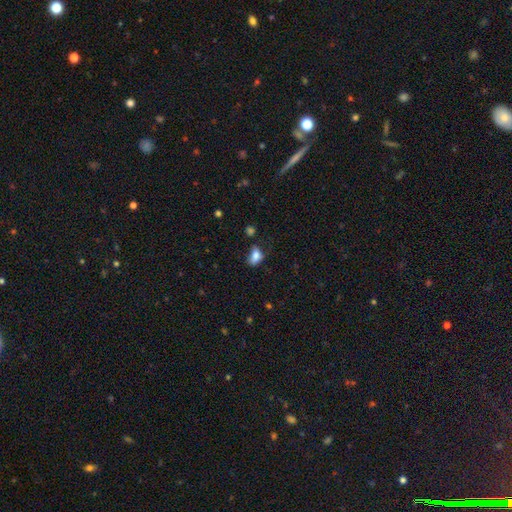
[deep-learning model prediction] This appears to be a smooth galaxy with no disk features (80%) that is in between round and cigar-shaped (87%). Merging: none (39%).